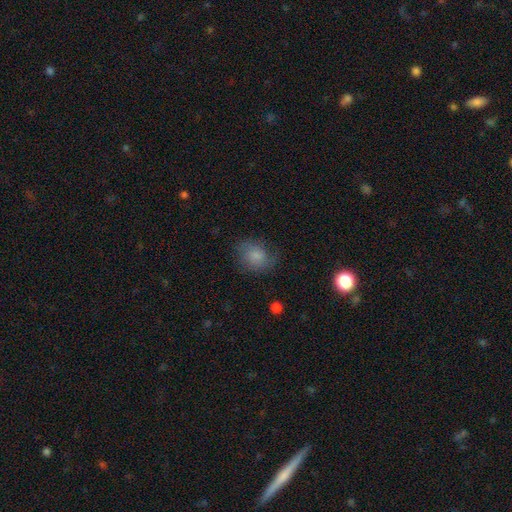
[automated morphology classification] Smooth or featured?
  - smooth: 74% *
  - featured or disk: 17%
  - star or artifact: 10%
How rounded?
  - round: 54% *
  - in between: 45%
  - cigar-shaped: 1%
Merging?
  - none: 68% *
  - minor disturbance: 22%
  - major disturbance: 9%
  - merger: 1%